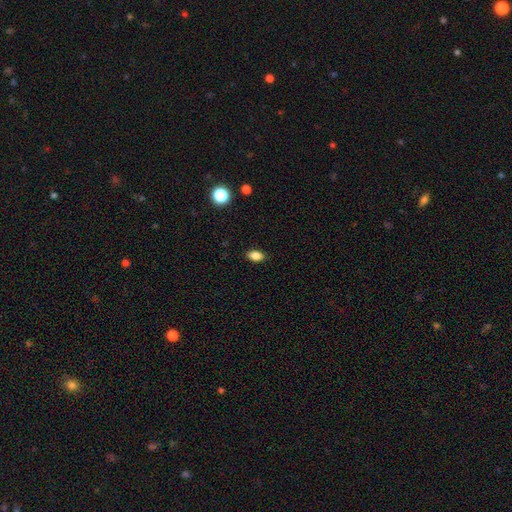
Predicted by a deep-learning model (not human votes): Q: Smooth or featured?
A: smooth (85%); runner-up: star or artifact (10%)
Q: How rounded?
A: in between (87%); runner-up: round (10%)
Q: Merging?
A: none (88%); runner-up: minor disturbance (9%)